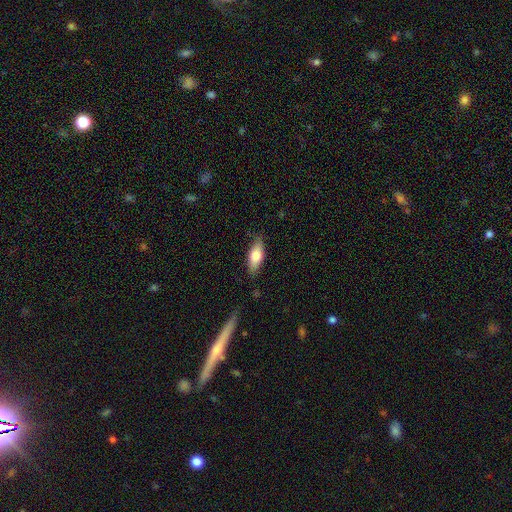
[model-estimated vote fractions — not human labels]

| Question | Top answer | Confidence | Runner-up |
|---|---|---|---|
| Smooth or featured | smooth | 70% | featured or disk (24%) |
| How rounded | in between | 75% | cigar-shaped (22%) |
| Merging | none | 81% | minor disturbance (15%) |